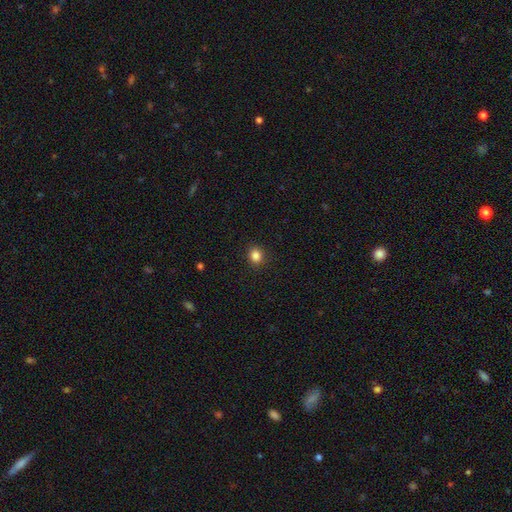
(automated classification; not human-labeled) smooth 85%, star or artifact 12%, featured or disk 4%. Down the decision tree: how rounded — round (78%); merging — none (91%).